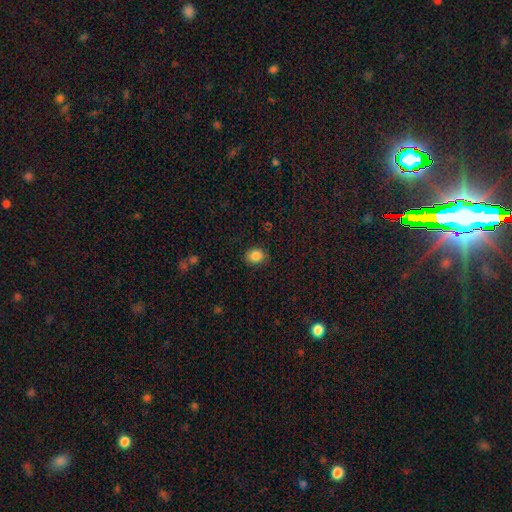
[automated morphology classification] Smooth or featured? Predicted: smooth (p=0.85). How rounded? Predicted: round (p=0.57). Merging? Predicted: none (p=0.85).